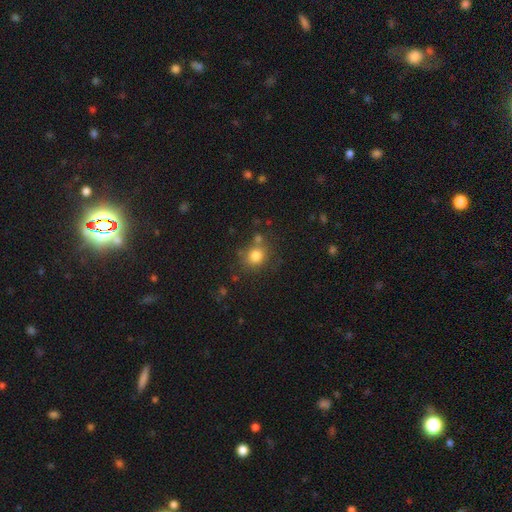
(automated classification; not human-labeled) A smooth galaxy with no disk features (80%) that is round (77%).

Vote fractions:
- Smooth or featured? smooth: 80% / star or artifact: 12% / featured or disk: 8%
- How rounded? round: 77% / in between: 22% / cigar-shaped: 1%
- Merging? none: 71% / minor disturbance: 13% / merger: 11% / major disturbance: 5%